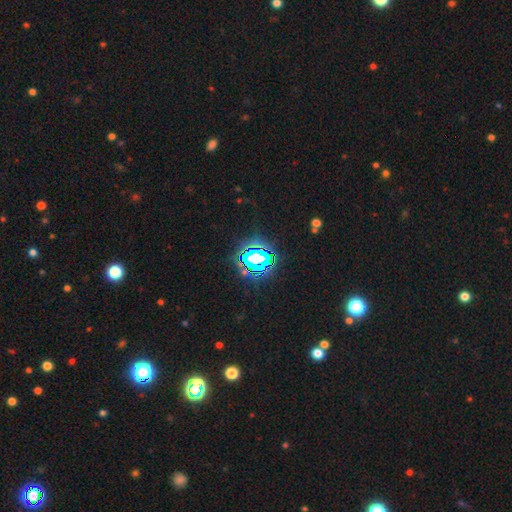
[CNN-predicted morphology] star or artifact 73%, smooth 16%, featured or disk 12%.